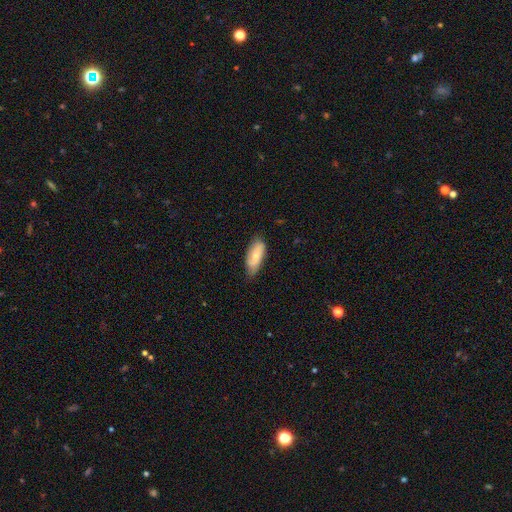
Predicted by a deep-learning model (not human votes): Morphology: type=smooth (63%); roundness=in between (80%); merging=none (70%).